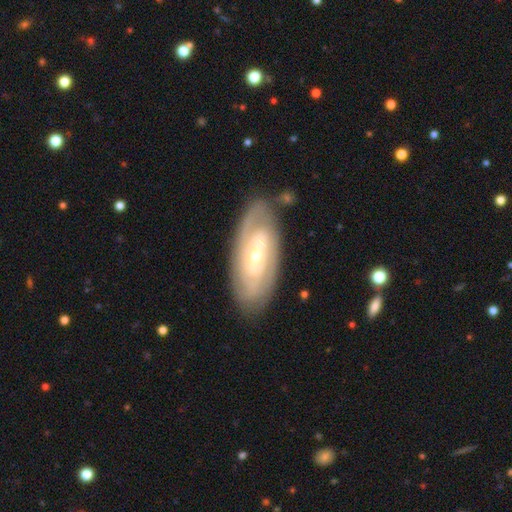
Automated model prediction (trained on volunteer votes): Smooth or featured? featured or disk (79%)
Edge-on disk? no (92%)
Bar? no (40%)
Spiral arms? yes (89%)
Spiral winding? tight (63%)
Spiral arm count? 2 (41%)
Bulge size? small (74%)
Merging? none (80%)